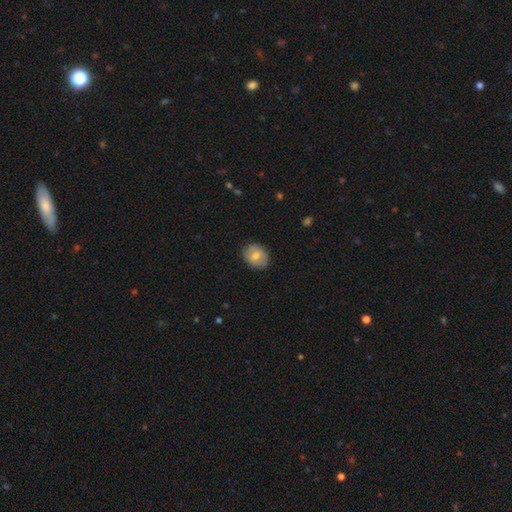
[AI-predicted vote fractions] Q: Smooth or featured?
A: smooth (64%); runner-up: featured or disk (29%)
Q: How rounded?
A: in between (50%); runner-up: round (49%)
Q: Merging?
A: none (82%); runner-up: minor disturbance (14%)